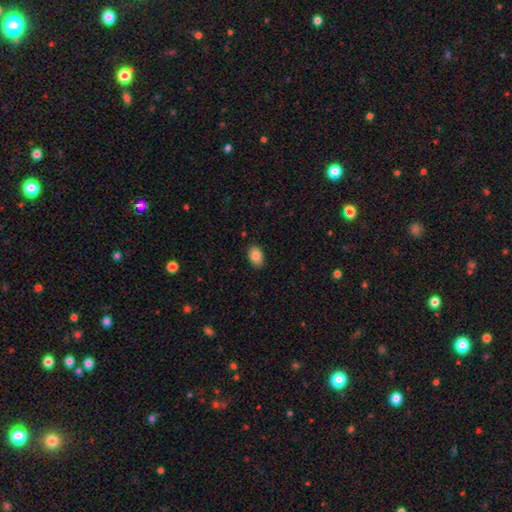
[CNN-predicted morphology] This is clearly a smooth galaxy (85%). How rounded: clearly in between (87%). Merging: clearly none (87%).